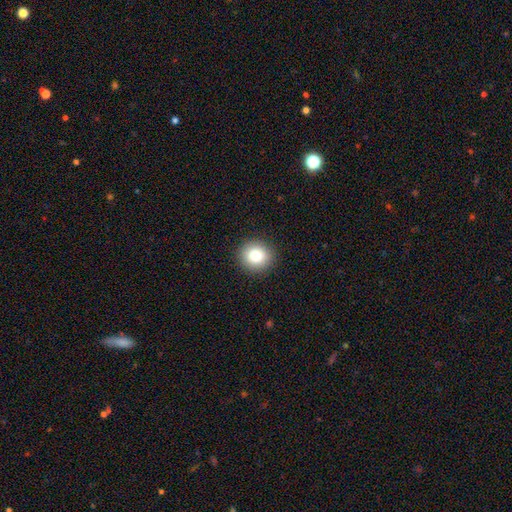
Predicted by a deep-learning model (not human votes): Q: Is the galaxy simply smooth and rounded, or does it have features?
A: smooth — 81%.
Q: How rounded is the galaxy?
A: round — 88%.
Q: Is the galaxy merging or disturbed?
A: none — 91%.